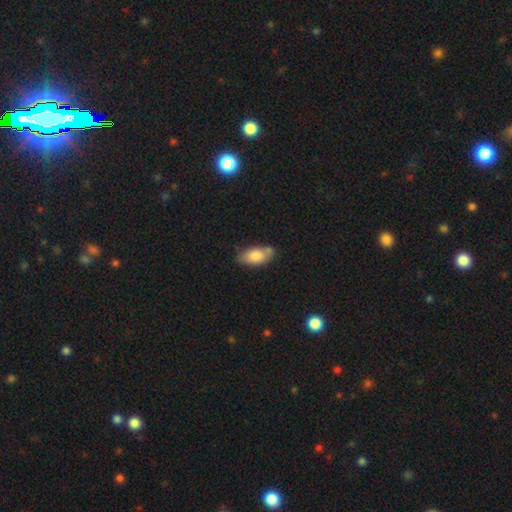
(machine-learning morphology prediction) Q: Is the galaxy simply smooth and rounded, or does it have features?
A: smooth — 83%.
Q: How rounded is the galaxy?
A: in between — 90%.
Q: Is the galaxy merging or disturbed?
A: none — 63%.